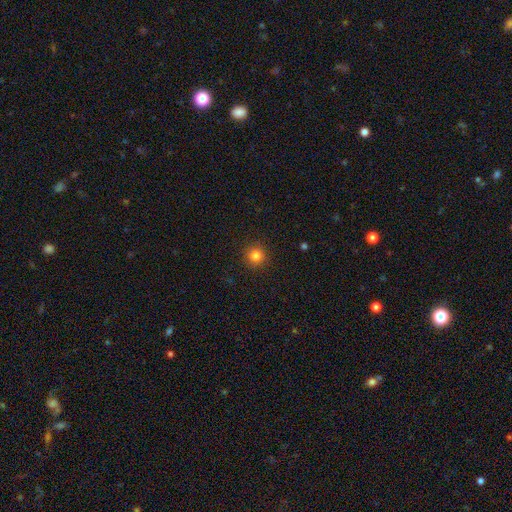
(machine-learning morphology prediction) Smooth or featured? Predicted: smooth (p=0.83). How rounded? Predicted: round (p=0.95). Merging? Predicted: none (p=0.92).